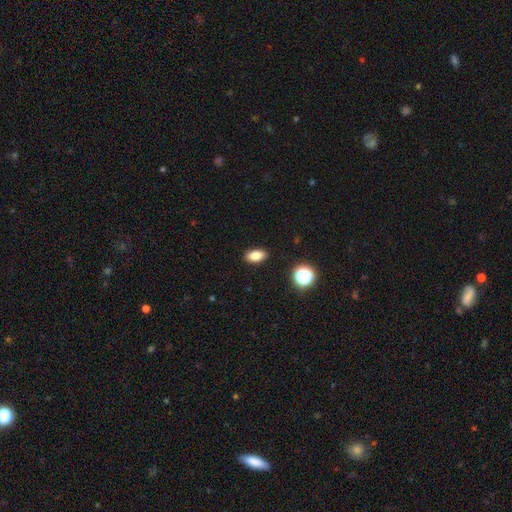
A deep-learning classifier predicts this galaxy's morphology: Smooth or featured? smooth (84%)
How rounded? in between (89%)
Merging? none (89%)